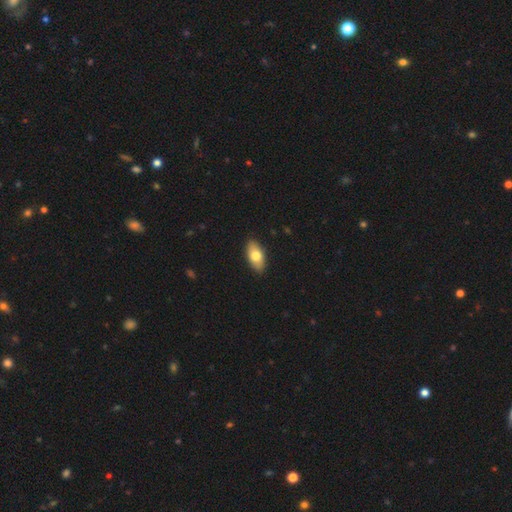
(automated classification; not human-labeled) Q: Smooth or featured?
A: smooth (74%); runner-up: featured or disk (20%)
Q: How rounded?
A: in between (90%); runner-up: cigar-shaped (6%)
Q: Merging?
A: none (90%); runner-up: minor disturbance (8%)